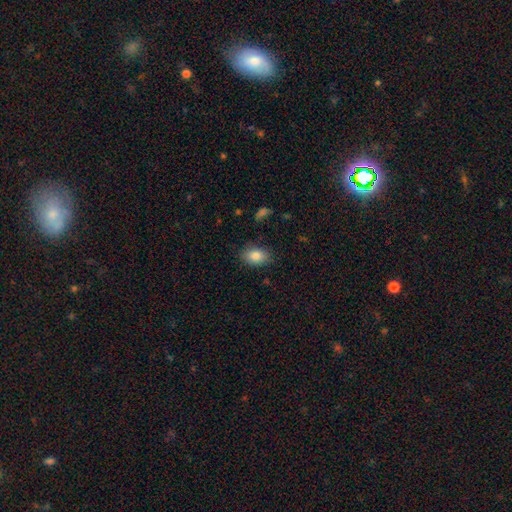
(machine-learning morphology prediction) Overall: smooth (85%). How rounded: in between (84%). Merging: none (84%).